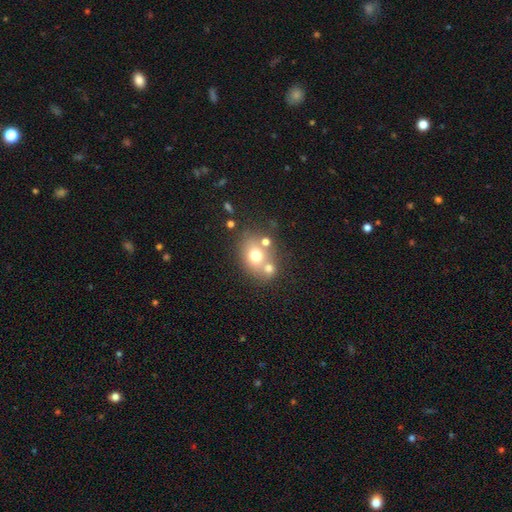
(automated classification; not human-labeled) A smooth galaxy with no disk features (67%) that is round (50%).

Vote fractions:
- Smooth or featured? smooth: 67% / featured or disk: 20% / star or artifact: 12%
- How rounded? round: 50% / in between: 49% / cigar-shaped: 1%
- Merging? none: 50% / merger: 33% / minor disturbance: 12% / major disturbance: 5%